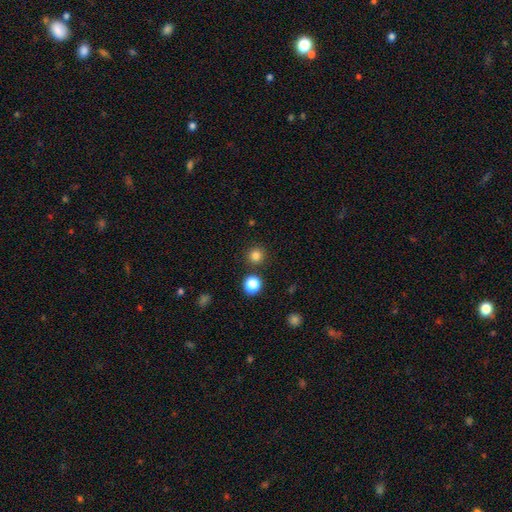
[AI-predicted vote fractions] smooth 81%, star or artifact 15%, featured or disk 4%. Down the decision tree: how rounded — round (93%); merging — none (87%).